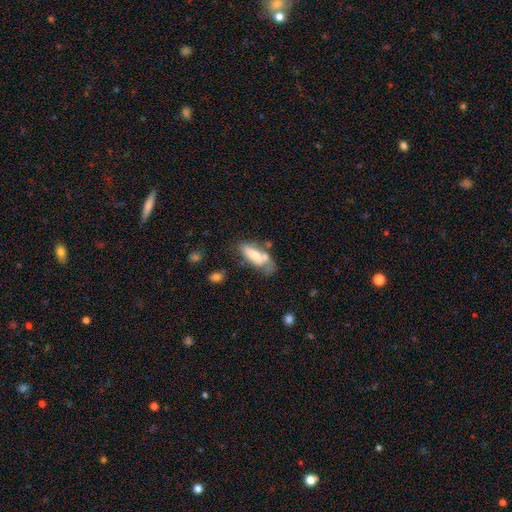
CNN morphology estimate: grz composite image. It shows a smooth galaxy with no disk features (66%) that is in between round and cigar-shaped (74%). Merging: none (34%).